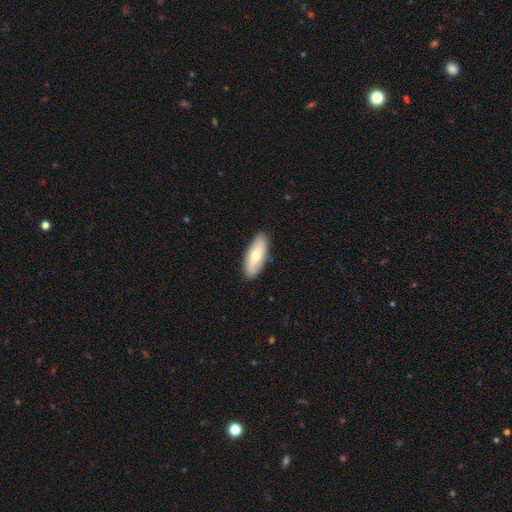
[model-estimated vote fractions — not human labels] Smooth or featured? smooth (62%)
How rounded? in between (75%)
Merging? none (87%)